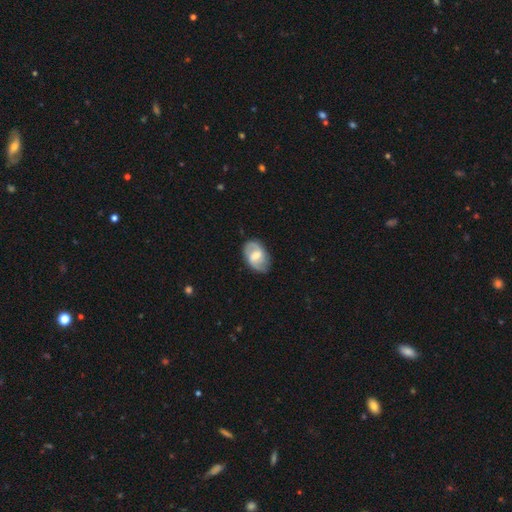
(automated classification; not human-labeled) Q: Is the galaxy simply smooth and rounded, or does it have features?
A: featured or disk — 70%.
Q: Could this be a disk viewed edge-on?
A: no — 97%.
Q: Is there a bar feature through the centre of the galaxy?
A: weak — 56%.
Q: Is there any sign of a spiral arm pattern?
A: yes — 88%.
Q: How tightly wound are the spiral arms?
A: medium — 47%.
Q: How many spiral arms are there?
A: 2 — 86%.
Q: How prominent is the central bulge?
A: moderate — 52%.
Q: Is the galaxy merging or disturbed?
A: none — 81%.